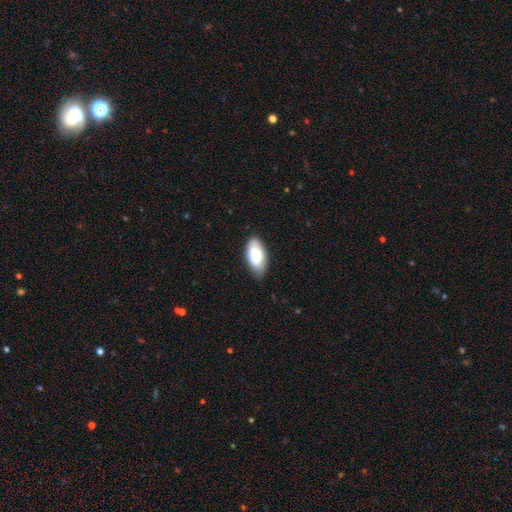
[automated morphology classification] A smooth galaxy with no disk features (75%) that is in between round and cigar-shaped (92%). Merging: none (77%).